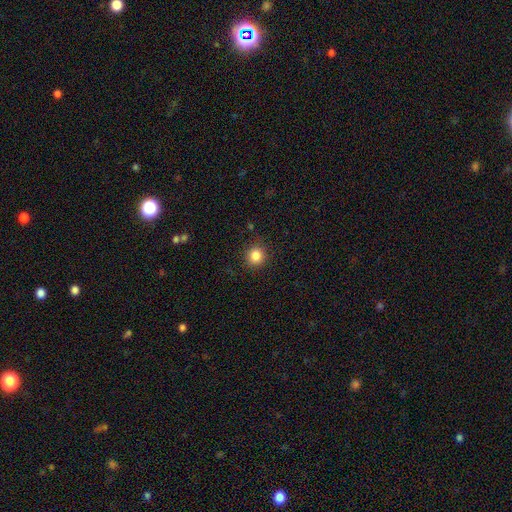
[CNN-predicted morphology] Smooth or featured: smooth — 85% (star or artifact — 11%)
How rounded: round — 91% (in between — 8%)
Merging: none — 89% (minor disturbance — 7%)